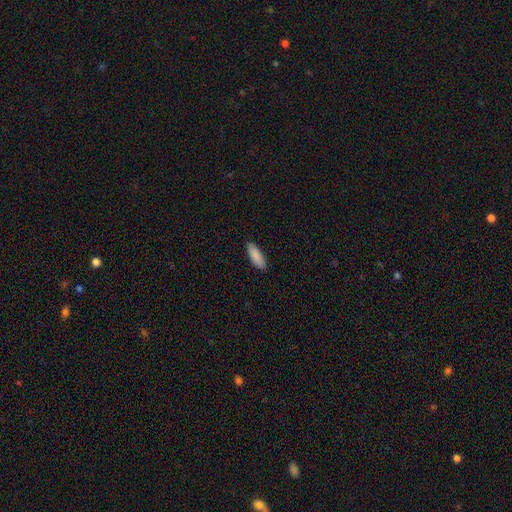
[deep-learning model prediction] This is clearly a smooth galaxy (89%). How rounded: likely in between (68%). Merging: clearly none (87%).